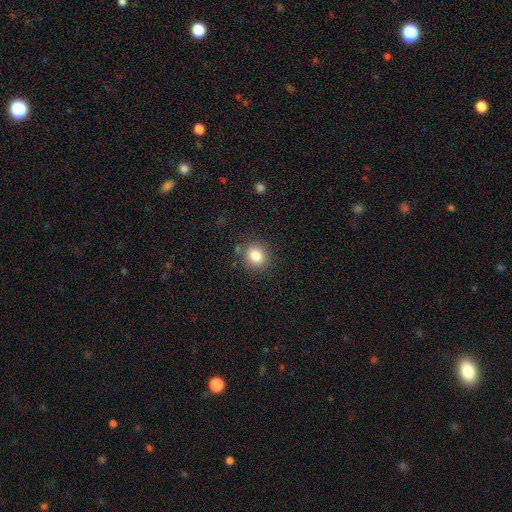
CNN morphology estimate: Smooth or featured?
  - smooth: 83% *
  - star or artifact: 11%
  - featured or disk: 6%
How rounded?
  - round: 81% *
  - in between: 19%
  - cigar-shaped: 1%
Merging?
  - none: 82% *
  - minor disturbance: 11%
  - merger: 4%
  - major disturbance: 4%